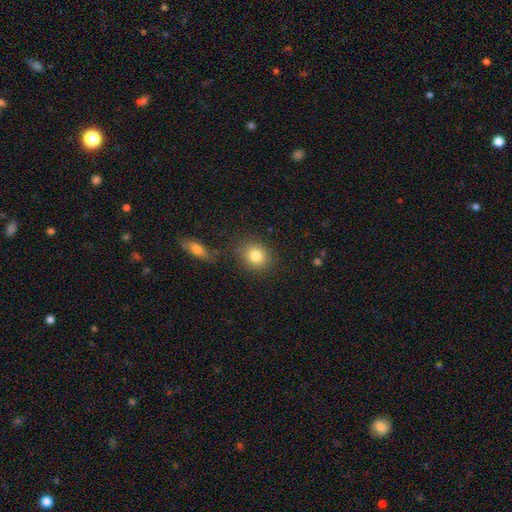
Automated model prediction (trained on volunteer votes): smooth 83%, star or artifact 10%, featured or disk 8%. Down the decision tree: how rounded — round (69%); merging — none (81%).